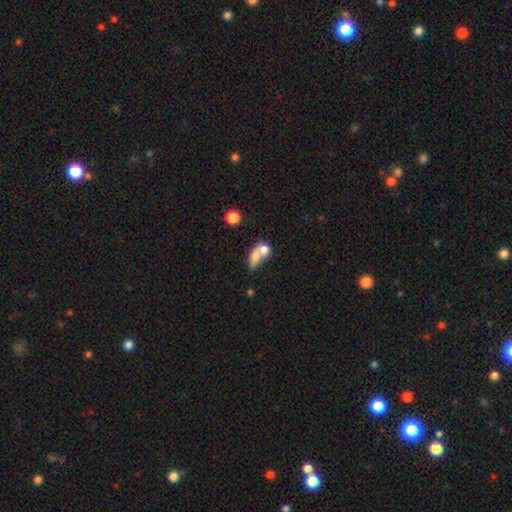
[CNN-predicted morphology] This is likely a smooth galaxy (68%). How rounded: likely in between (62%). Merging: likely merger (62%).